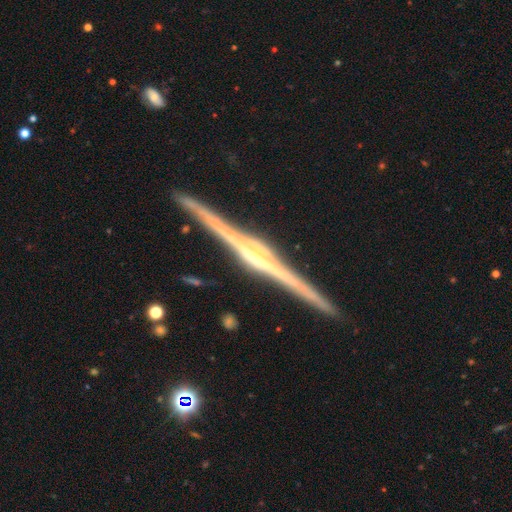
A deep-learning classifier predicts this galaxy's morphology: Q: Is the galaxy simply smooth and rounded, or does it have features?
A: featured or disk — 92%.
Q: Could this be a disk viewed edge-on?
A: yes — 99%.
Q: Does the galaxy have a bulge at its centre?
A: rounded — 64%.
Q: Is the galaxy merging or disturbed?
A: none — 92%.